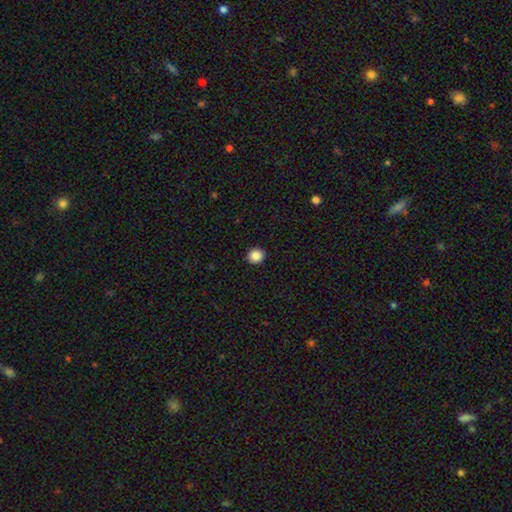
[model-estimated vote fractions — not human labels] smooth-or-featured: smooth: 87% | star or artifact: 10% | featured or disk: 4%
  how-rounded: round: 89% | in between: 10% | cigar-shaped: 1%
  merging: none: 93% | minor disturbance: 5% | major disturbance: 2% | merger: 1%